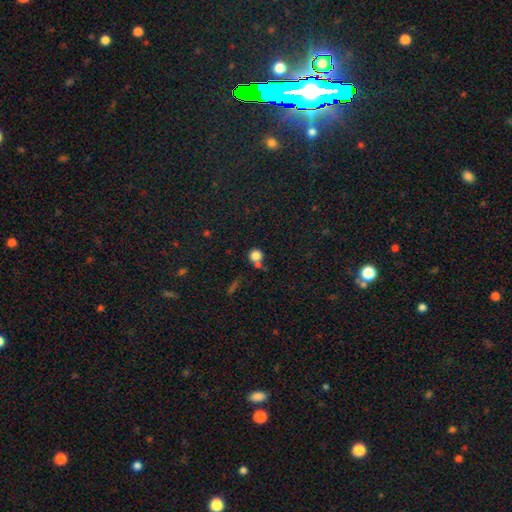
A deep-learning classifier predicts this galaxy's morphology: Smooth or featured? smooth (80%)
How rounded? round (88%)
Merging? none (51%)